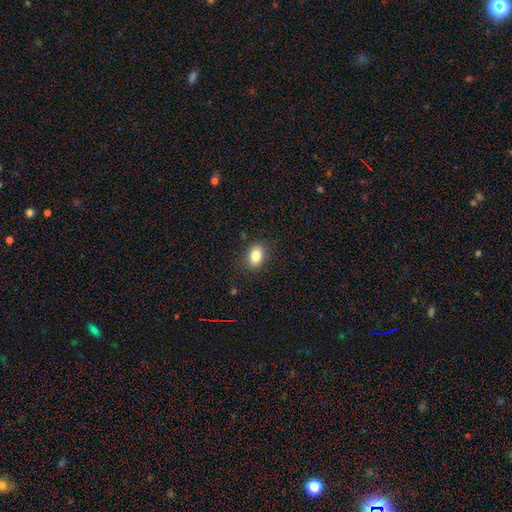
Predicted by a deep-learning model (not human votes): The model was most divided on "how rounded": in between: 81%, round: 18%, cigar-shaped: 2%. More confident: merging — none (87%); smooth or featured — smooth (83%).